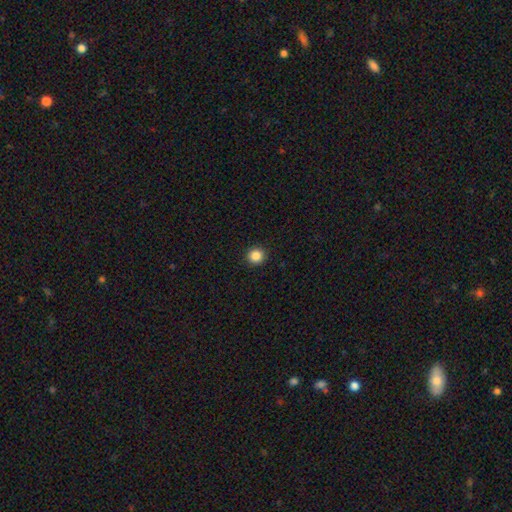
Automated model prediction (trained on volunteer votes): smooth_or_featured: smooth (p=0.85) [alt: star or artifact p=0.11]
how_rounded: round (p=0.95) [alt: in between p=0.04]
merging: none (p=0.93) [alt: minor disturbance p=0.04]